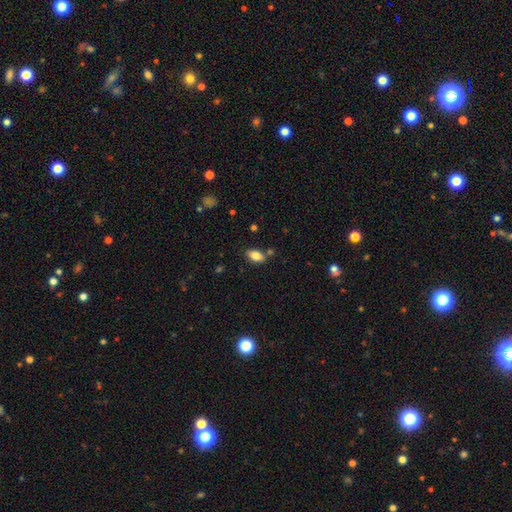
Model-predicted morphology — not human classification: Q: Smooth or featured?
A: smooth (81%); runner-up: featured or disk (11%)
Q: How rounded?
A: in between (91%); runner-up: round (5%)
Q: Merging?
A: none (79%); runner-up: minor disturbance (13%)